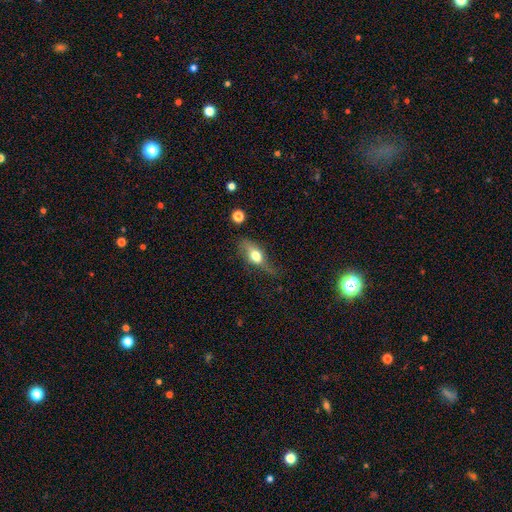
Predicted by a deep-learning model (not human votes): Smooth or featured? Predicted: smooth (p=0.61). How rounded? Predicted: in between (p=0.75). Merging? Predicted: none (p=0.44).